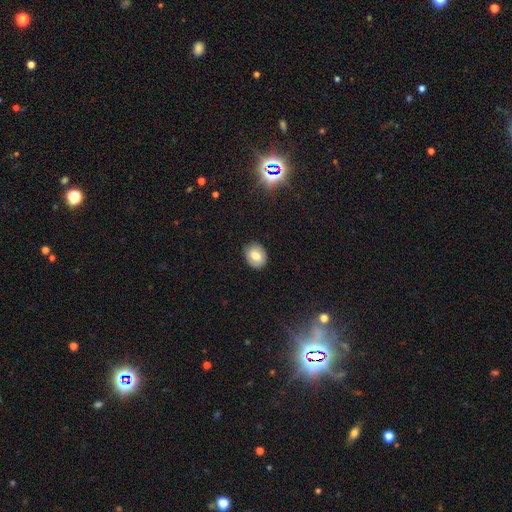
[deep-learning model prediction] Smooth or featured?
  - smooth: 76% *
  - featured or disk: 15%
  - star or artifact: 9%
How rounded?
  - in between: 55% *
  - round: 44%
  - cigar-shaped: 1%
Merging?
  - none: 85% *
  - minor disturbance: 12%
  - major disturbance: 2%
  - merger: 1%